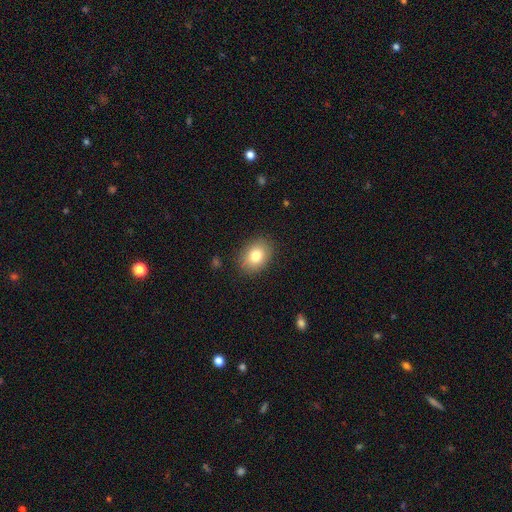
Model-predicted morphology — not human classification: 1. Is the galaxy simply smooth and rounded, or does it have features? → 80% smooth, 10% featured or disk, 9% star or artifact.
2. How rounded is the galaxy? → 61% in between, 38% round, 1% cigar-shaped.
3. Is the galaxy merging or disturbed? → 88% none, 9% minor disturbance, 2% major disturbance, 1% merger.